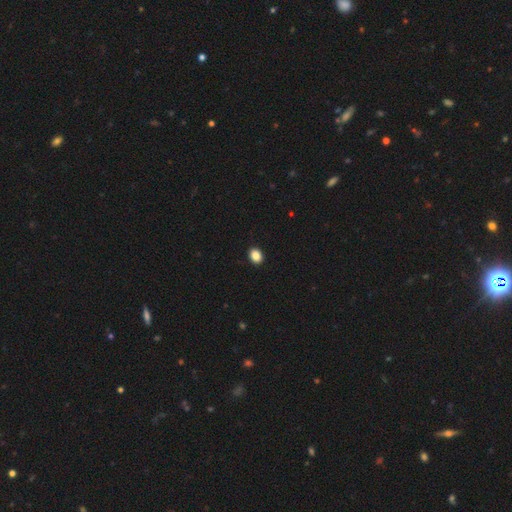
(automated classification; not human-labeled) smooth 88%, star or artifact 9%, featured or disk 3%. Down the decision tree: how rounded — in between (63%); merging — none (92%).